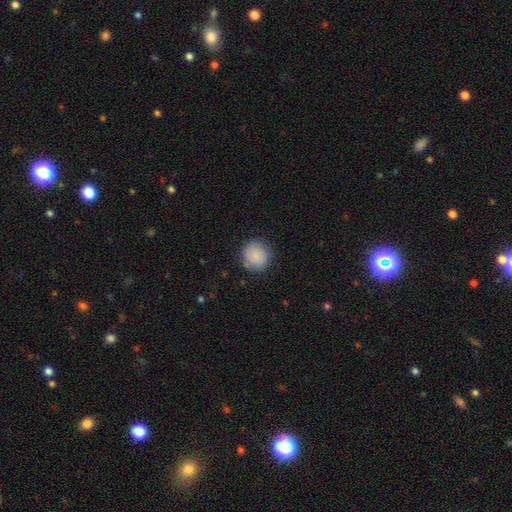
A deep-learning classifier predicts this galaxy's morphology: type=smooth (88%); roundness=round (91%); merging=none (86%).